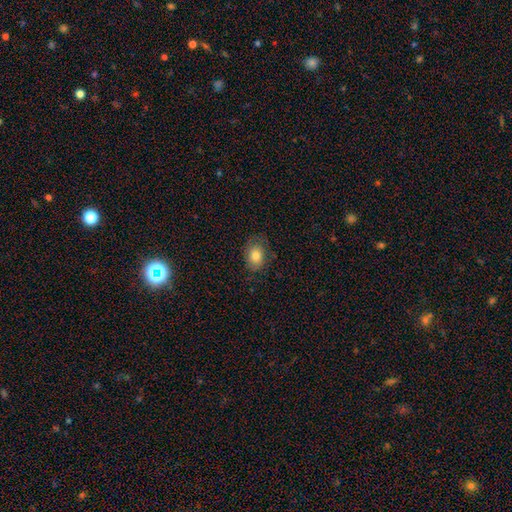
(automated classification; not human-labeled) smooth_or_featured: smooth (p=0.79) [alt: featured or disk p=0.12]
how_rounded: in between (p=0.68) [alt: round p=0.31]
merging: none (p=0.75) [alt: minor disturbance p=0.19]